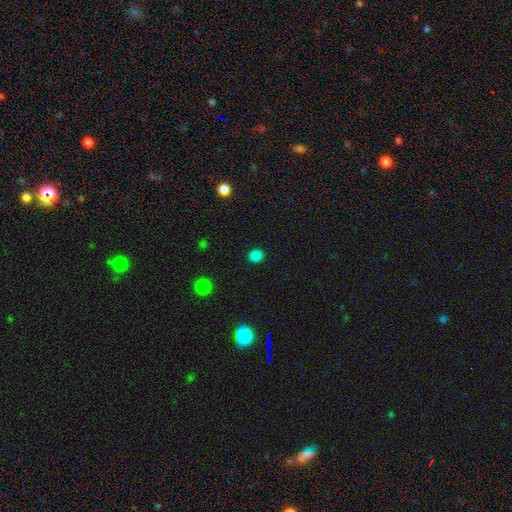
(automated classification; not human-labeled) smooth_or_featured: smooth (p=0.83) [alt: star or artifact p=0.14]
how_rounded: round (p=0.87) [alt: in between p=0.12]
merging: none (p=0.91) [alt: minor disturbance p=0.06]